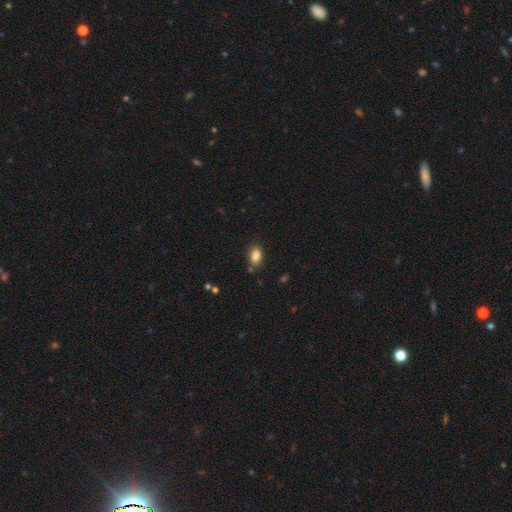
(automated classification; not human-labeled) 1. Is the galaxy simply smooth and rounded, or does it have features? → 86% smooth, 9% star or artifact, 5% featured or disk.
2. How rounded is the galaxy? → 88% in between, 10% round, 2% cigar-shaped.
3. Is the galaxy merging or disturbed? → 80% none, 14% minor disturbance, 3% merger, 3% major disturbance.